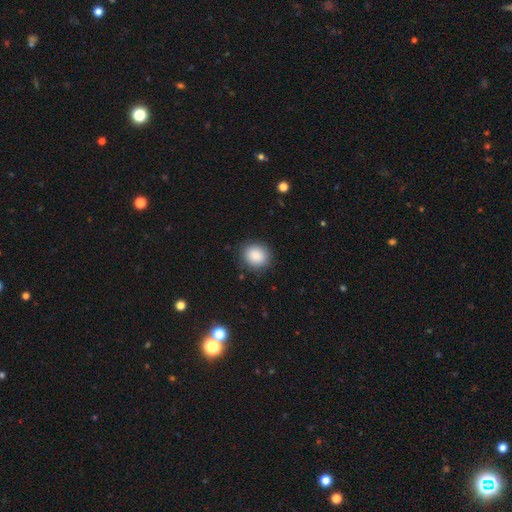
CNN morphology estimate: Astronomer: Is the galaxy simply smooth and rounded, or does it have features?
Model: smooth — 88%.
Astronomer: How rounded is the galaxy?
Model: round — 77%.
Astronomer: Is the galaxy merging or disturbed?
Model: none — 88%.